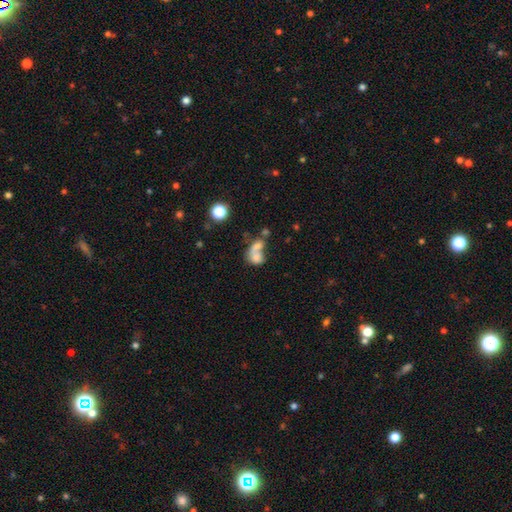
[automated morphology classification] This is likely a smooth galaxy (65%). How rounded: likely in between (60%). Merging: likely merger (65%).